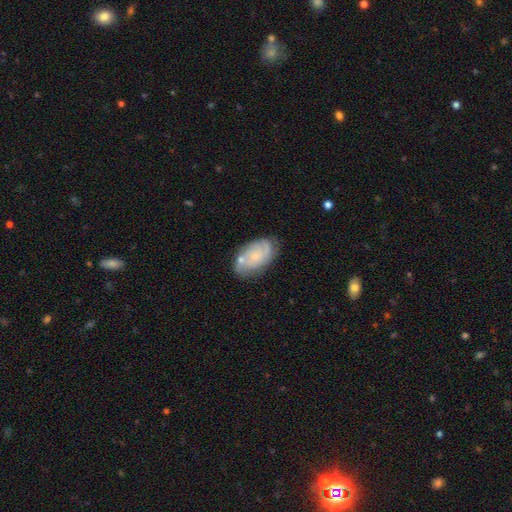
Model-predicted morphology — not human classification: Q: Smooth or featured?
A: featured or disk (60%); runner-up: smooth (33%)
Q: Edge-on disk?
A: no (96%); runner-up: yes (4%)
Q: Bar?
A: no (78%); runner-up: weak (19%)
Q: Spiral arms?
A: yes (81%); runner-up: no (19%)
Q: Bulge size?
A: small (75%); runner-up: moderate (17%)
Q: Merging?
A: none (62%); runner-up: minor disturbance (22%)